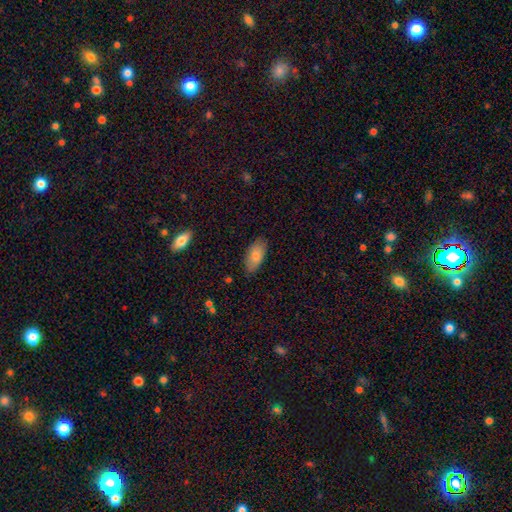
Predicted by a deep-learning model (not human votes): Smooth or featured?
  - smooth: 81% *
  - featured or disk: 13%
  - star or artifact: 6%
How rounded?
  - in between: 91% *
  - cigar-shaped: 6%
  - round: 2%
Merging?
  - none: 85% *
  - minor disturbance: 12%
  - major disturbance: 2%
  - merger: 1%